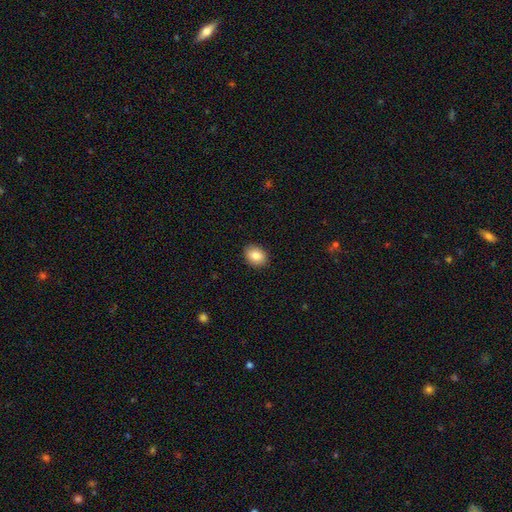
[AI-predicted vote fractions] Smooth or featured?
  - smooth: 83% *
  - featured or disk: 8%
  - star or artifact: 8%
How rounded?
  - in between: 59% *
  - round: 40%
  - cigar-shaped: 1%
Merging?
  - none: 90% *
  - minor disturbance: 7%
  - major disturbance: 2%
  - merger: 1%